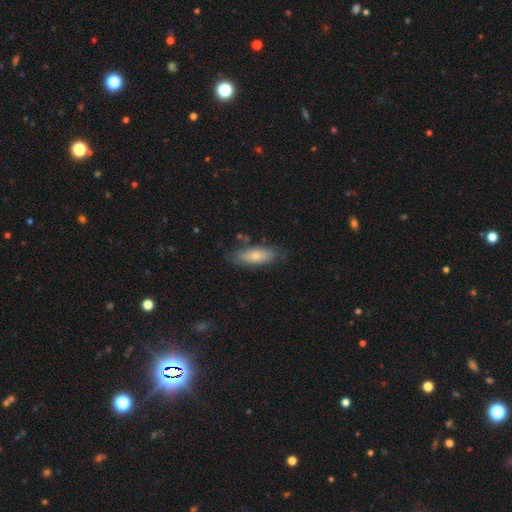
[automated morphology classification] type=smooth (71%); roundness=in between (71%); merging=none (76%).